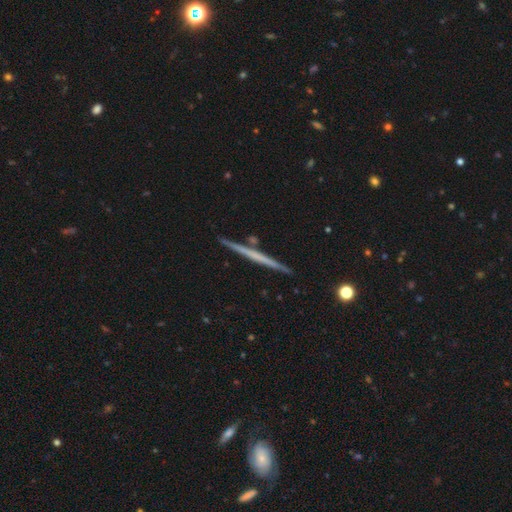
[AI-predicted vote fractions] Smooth or featured? featured or disk (60%)
Edge-on disk? yes (98%)
Edge-on bulge? none (88%)
Merging? none (90%)